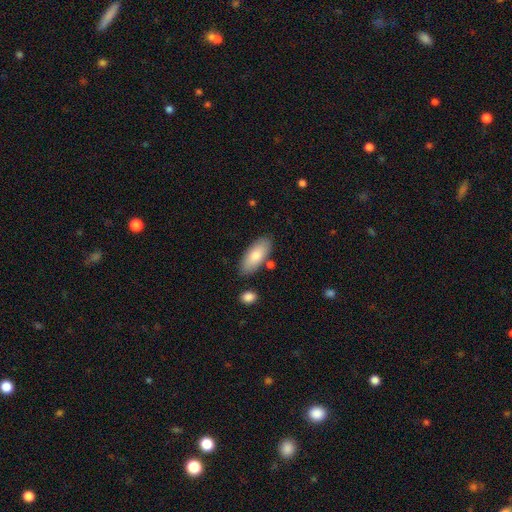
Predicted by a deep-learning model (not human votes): smooth-or-featured: smooth: 80% | featured or disk: 15% | star or artifact: 6%
  how-rounded: in between: 85% | cigar-shaped: 13% | round: 2%
  merging: none: 80% | minor disturbance: 12% | merger: 5% | major disturbance: 3%